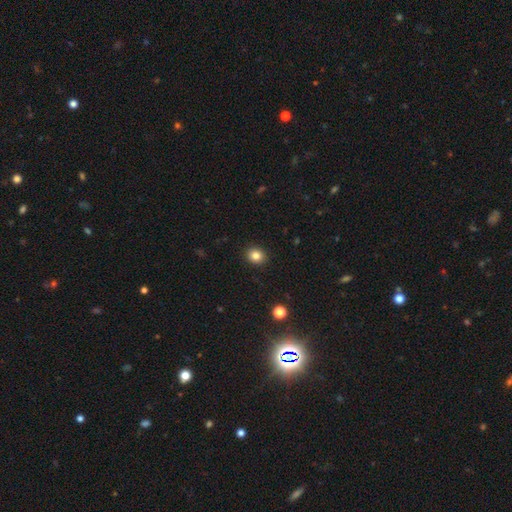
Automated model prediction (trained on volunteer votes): The model was most divided on "how rounded": round: 69%, in between: 30%, cigar-shaped: 1%. More confident: merging — none (91%); smooth or featured — smooth (83%).